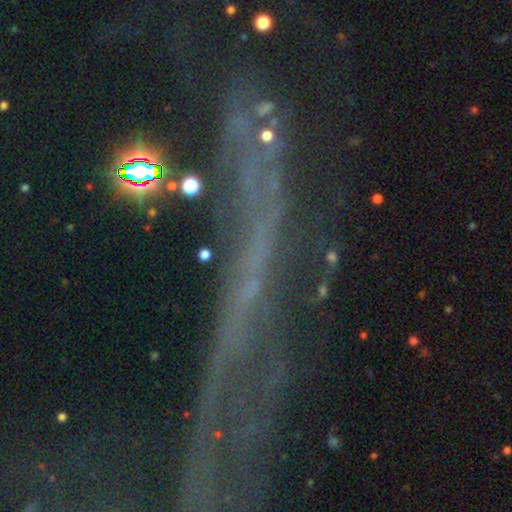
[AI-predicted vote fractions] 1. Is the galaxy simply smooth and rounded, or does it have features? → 49% star or artifact, 36% featured or disk, 14% smooth.